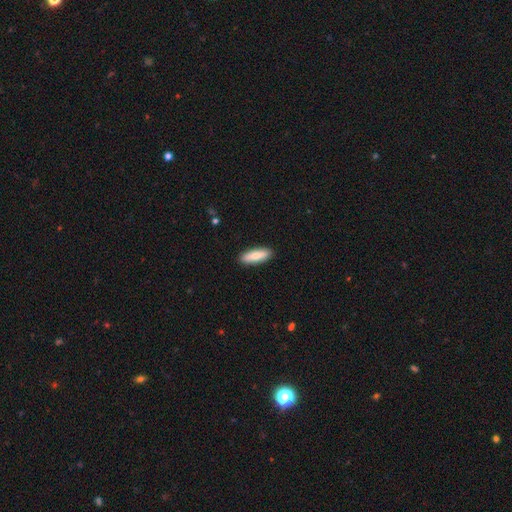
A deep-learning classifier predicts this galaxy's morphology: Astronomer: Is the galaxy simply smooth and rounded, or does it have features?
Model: smooth — 78%.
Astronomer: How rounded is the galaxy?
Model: in between — 51% (runner-up: cigar-shaped, 47%).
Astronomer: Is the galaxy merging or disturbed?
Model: none — 91%.